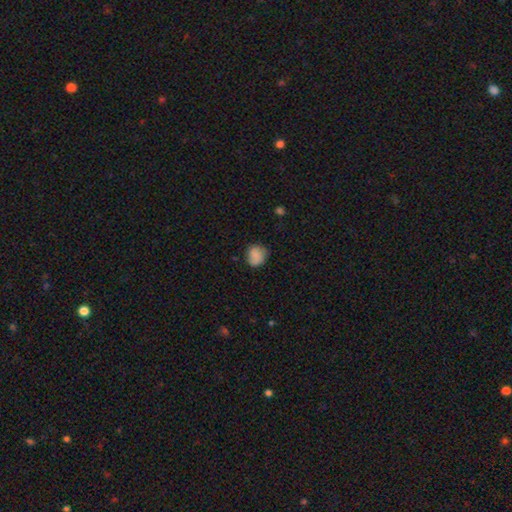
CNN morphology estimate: A smooth galaxy with no disk features (84%) that is round (68%).

Vote fractions:
- Smooth or featured? smooth: 84% / star or artifact: 9% / featured or disk: 7%
- How rounded? round: 68% / in between: 31% / cigar-shaped: 1%
- Merging? none: 70% / minor disturbance: 23% / major disturbance: 5% / merger: 2%